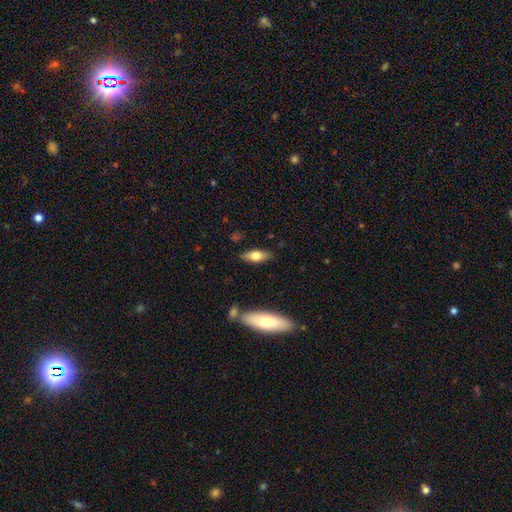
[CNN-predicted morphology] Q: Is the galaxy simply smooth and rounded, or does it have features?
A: smooth — 64%.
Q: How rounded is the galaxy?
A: in between — 64%.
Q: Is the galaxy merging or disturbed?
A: none — 83%.